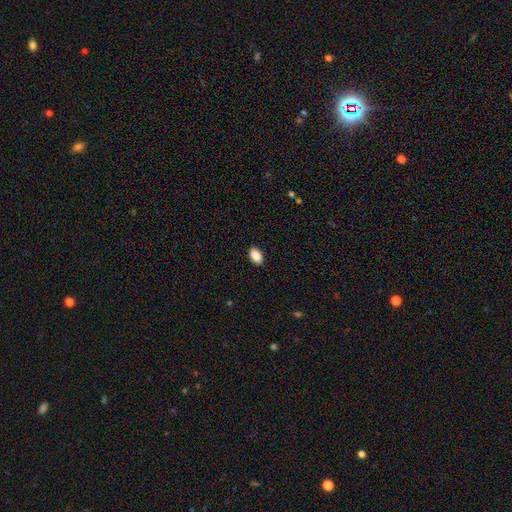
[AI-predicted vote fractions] Smooth or featured? Predicted: smooth (p=0.89). How rounded? Predicted: in between (p=0.92). Merging? Predicted: none (p=0.90).